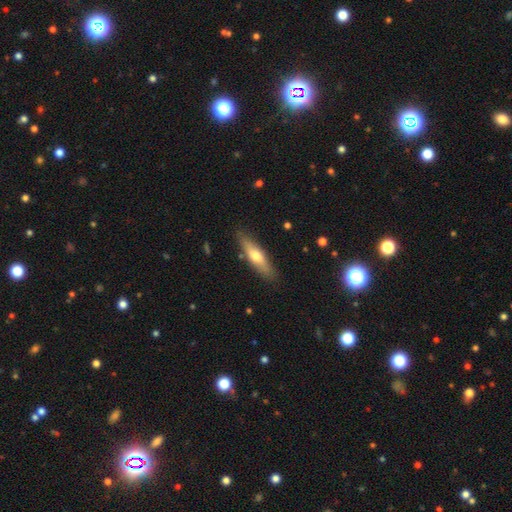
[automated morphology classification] smooth-or-featured: smooth: 56% | featured or disk: 38% | star or artifact: 6%
  how-rounded: cigar-shaped: 67% | in between: 31% | round: 2%
  merging: none: 85% | minor disturbance: 11% | major disturbance: 2% | merger: 2%